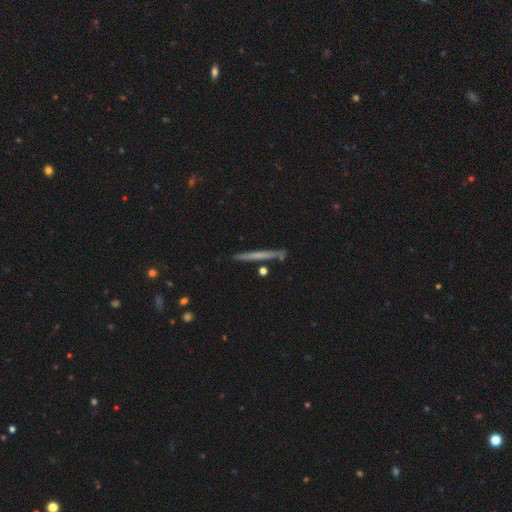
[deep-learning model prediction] A featured or disk galaxy (48%).

Vote fractions:
- Smooth or featured? featured or disk: 48% / smooth: 45% / star or artifact: 7%
- Merging? none: 87% / minor disturbance: 8% / merger: 3% / major disturbance: 2%